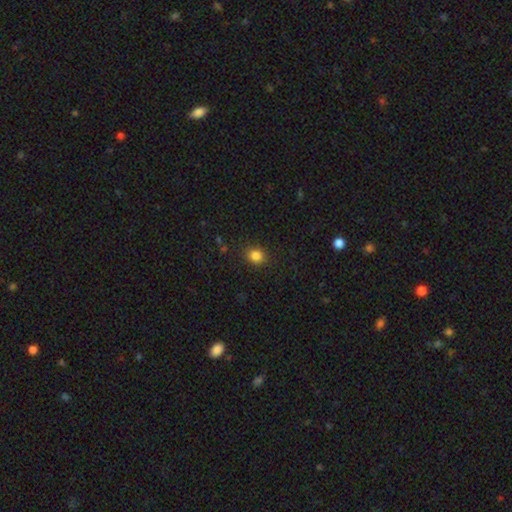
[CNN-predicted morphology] Smooth or featured: smooth — 84% (star or artifact — 12%)
How rounded: round — 64% (in between — 35%)
Merging: none — 88% (minor disturbance — 9%)